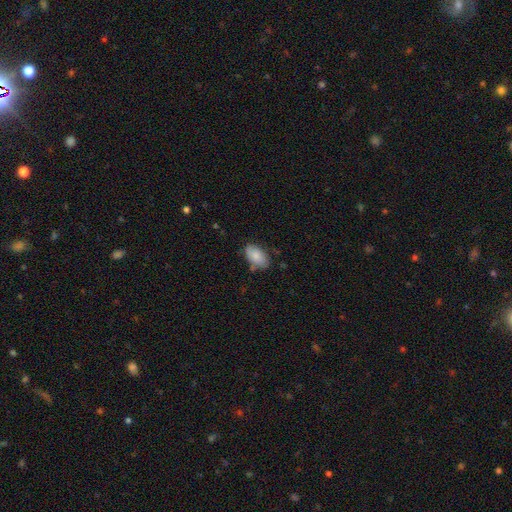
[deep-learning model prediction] Smooth or featured? smooth (83%)
How rounded? in between (93%)
Merging? none (71%)